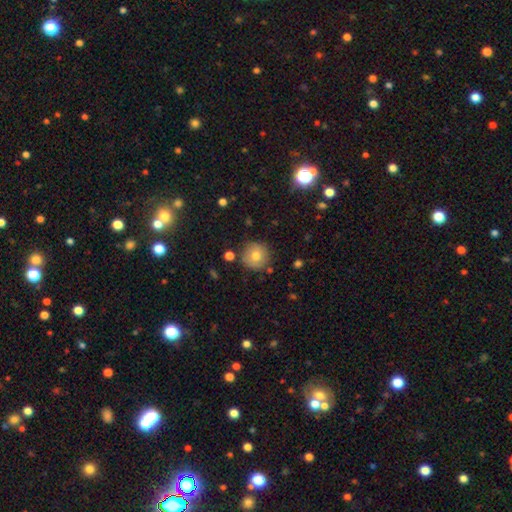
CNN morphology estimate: type=smooth (75%); roundness=round (95%); merging=none (84%).